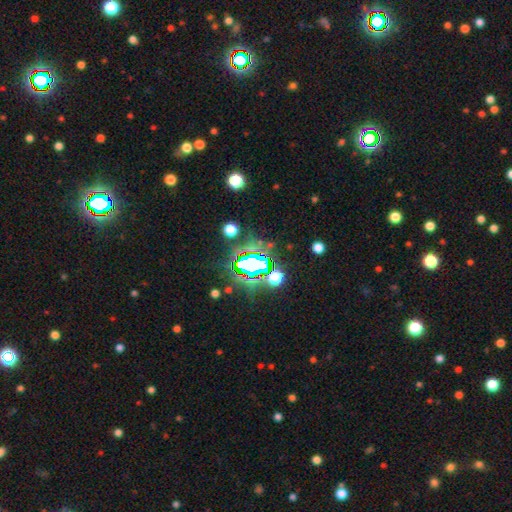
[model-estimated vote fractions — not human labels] star or artifact 81%, smooth 11%, featured or disk 8%.